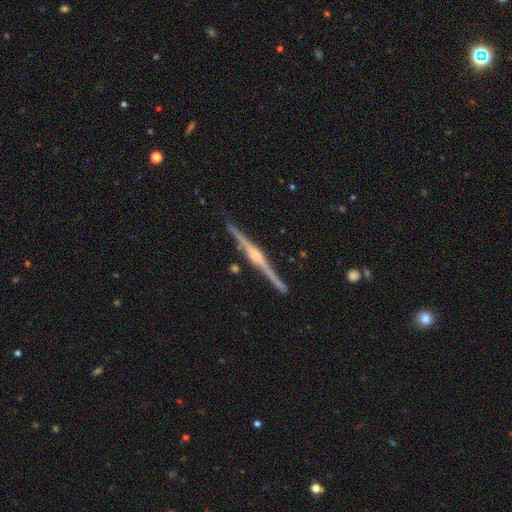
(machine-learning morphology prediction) Smooth or featured: featured or disk — 87% (smooth — 8%)
Edge-on disk: yes — 99% (no — 1%)
Edge-on bulge: rounded — 69% (boxy — 21%)
Merging: none — 90% (minor disturbance — 7%)